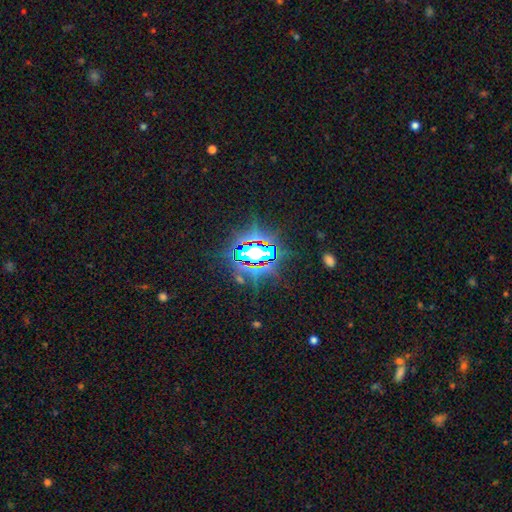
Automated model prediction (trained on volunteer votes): smooth_or_featured: star or artifact (p=0.81) [alt: smooth p=0.10]